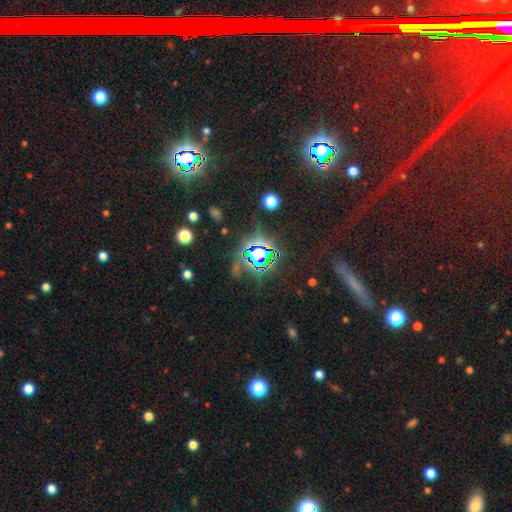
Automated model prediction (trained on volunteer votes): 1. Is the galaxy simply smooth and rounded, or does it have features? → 72% star or artifact, 16% smooth, 12% featured or disk.